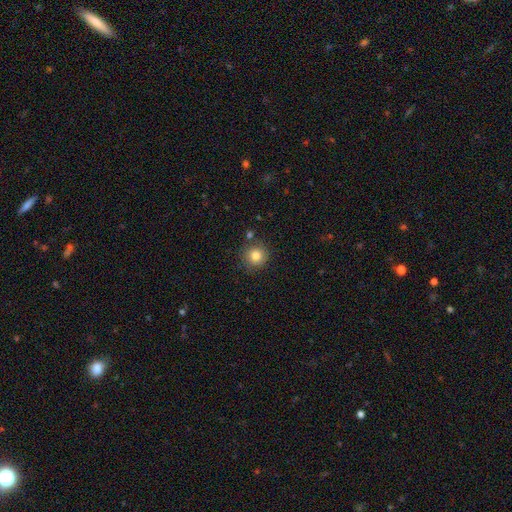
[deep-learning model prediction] Morphology: type=smooth (82%); roundness=round (93%); merging=none (82%).